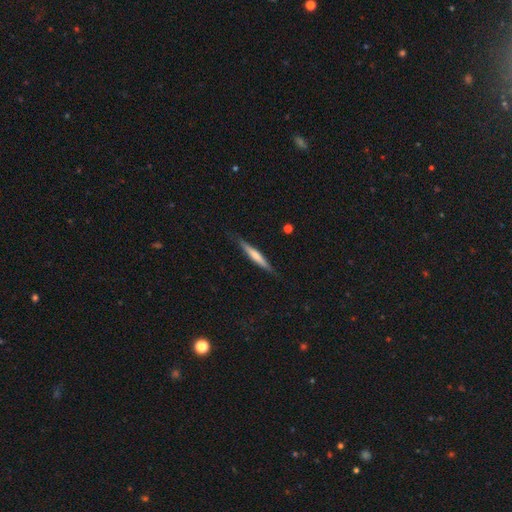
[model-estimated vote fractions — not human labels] This appears to be a smooth galaxy with no disk features (50%) that is cigar-shaped (93%). Merging: none (85%).